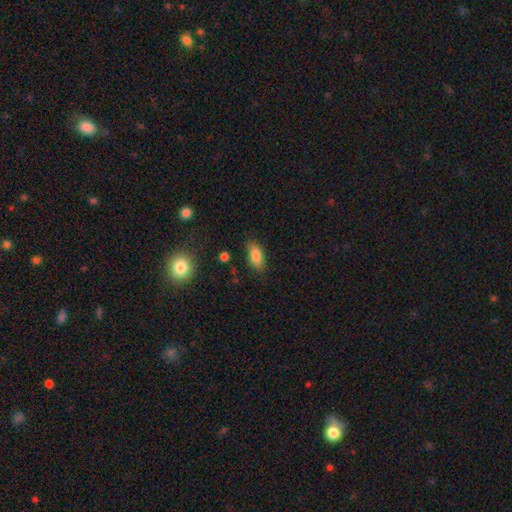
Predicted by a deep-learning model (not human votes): Smooth or featured?
  - smooth: 82% *
  - featured or disk: 9%
  - star or artifact: 8%
How rounded?
  - in between: 87% *
  - cigar-shaped: 10%
  - round: 4%
Merging?
  - none: 81% *
  - minor disturbance: 14%
  - major disturbance: 3%
  - merger: 2%